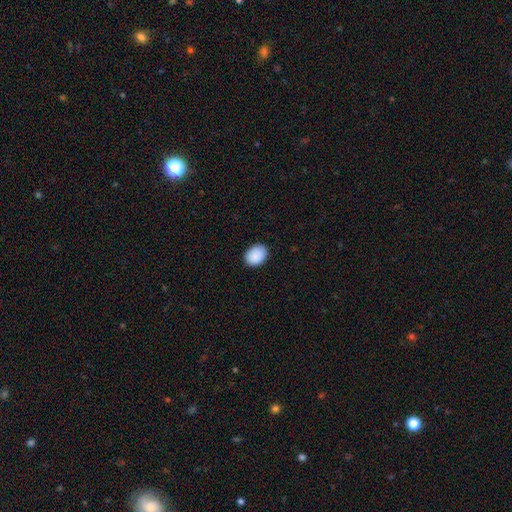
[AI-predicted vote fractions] A smooth galaxy with no disk features (91%) that is in between round and cigar-shaped (70%). Merging: none (86%).